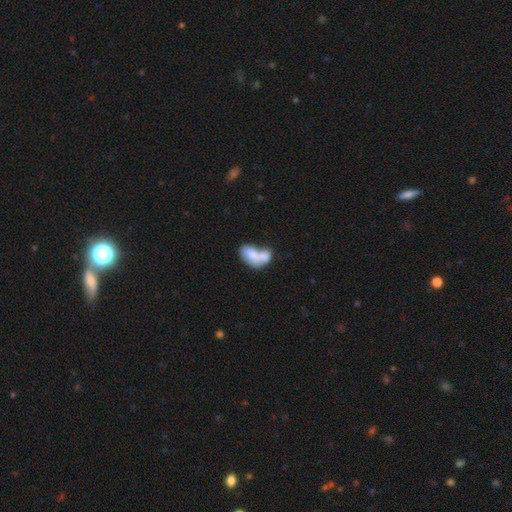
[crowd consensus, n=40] A smooth galaxy with no disk features (72%) that is in between round and cigar-shaped (93%). Merging: merger (63%).